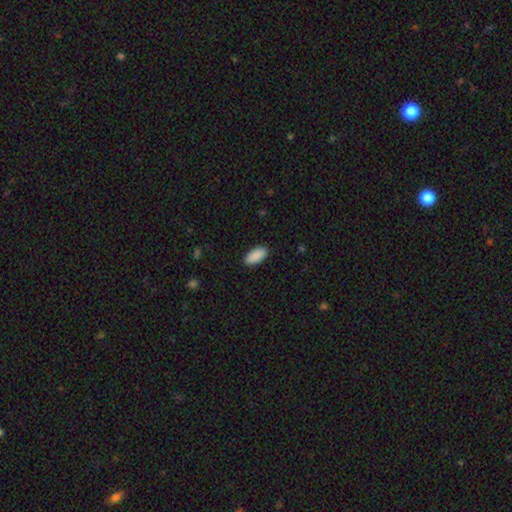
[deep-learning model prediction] Overall: smooth (91%). How rounded: in between (92%). Merging: none (90%).